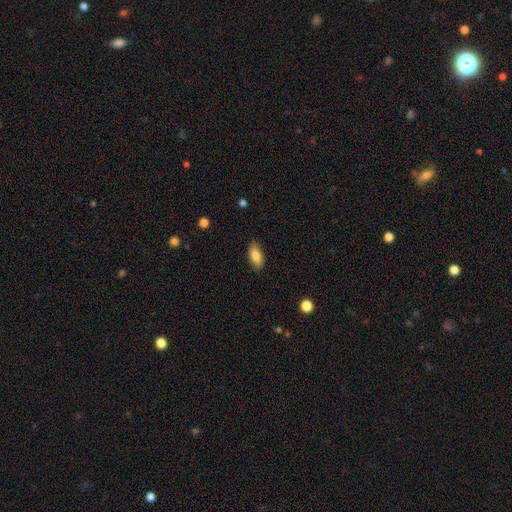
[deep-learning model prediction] Overall: smooth (83%). How rounded: in between (87%). Merging: none (86%).